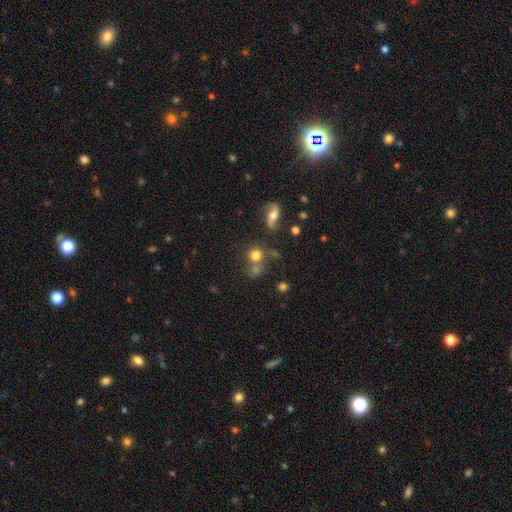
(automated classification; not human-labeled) This appears to be a smooth galaxy with no disk features (76%) that is round (87%). Merging: none (58%).